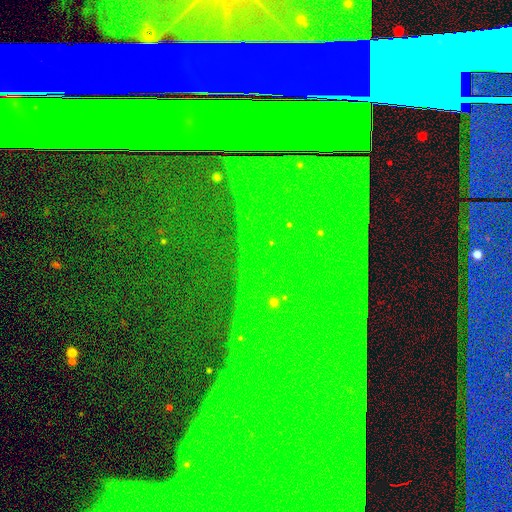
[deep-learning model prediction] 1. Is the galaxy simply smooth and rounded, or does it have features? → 87% star or artifact, 7% featured or disk, 6% smooth.